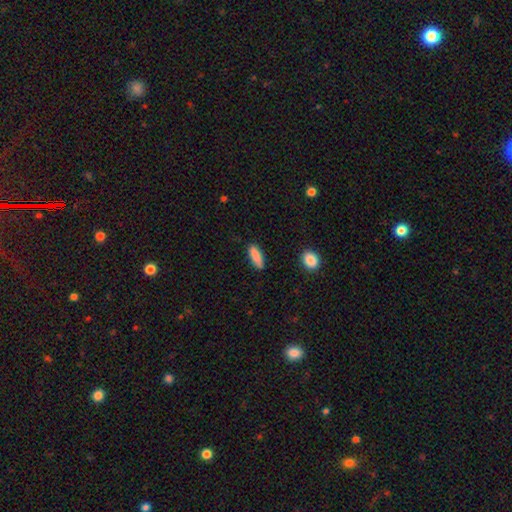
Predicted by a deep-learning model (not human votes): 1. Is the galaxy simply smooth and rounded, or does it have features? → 88% smooth, 7% star or artifact, 5% featured or disk.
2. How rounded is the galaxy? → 56% in between, 42% cigar-shaped, 2% round.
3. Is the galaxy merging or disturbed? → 86% none, 10% minor disturbance, 2% major disturbance, 2% merger.